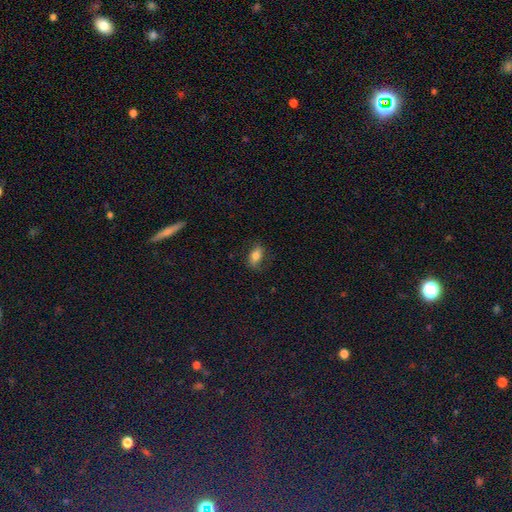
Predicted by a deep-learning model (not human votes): This appears to be a smooth galaxy with no disk features (73%) that is in between round and cigar-shaped (84%). Merging: none (73%).